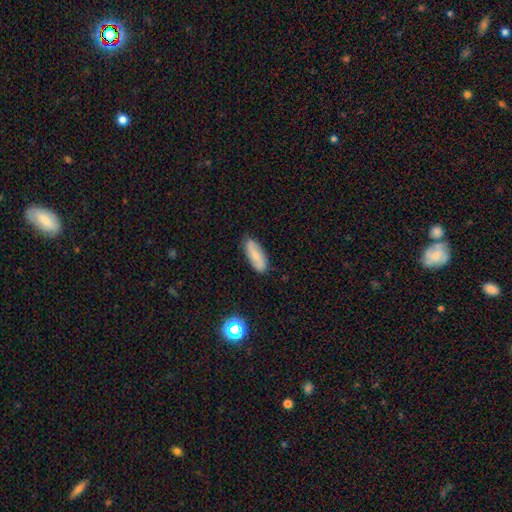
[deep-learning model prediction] smooth_or_featured: smooth (p=0.61) [alt: featured or disk p=0.31]
how_rounded: in between (p=0.70) [alt: cigar-shaped p=0.27]
merging: none (p=0.85) [alt: minor disturbance p=0.12]